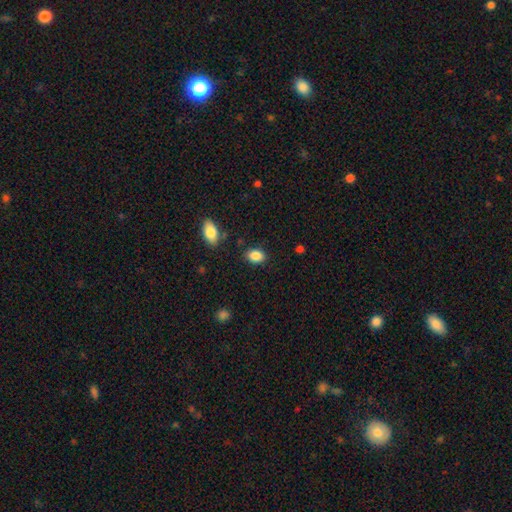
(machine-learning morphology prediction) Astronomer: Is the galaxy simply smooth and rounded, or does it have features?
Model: smooth — 87%.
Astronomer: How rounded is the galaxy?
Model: in between — 78%.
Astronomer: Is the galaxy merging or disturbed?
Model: none — 84%.